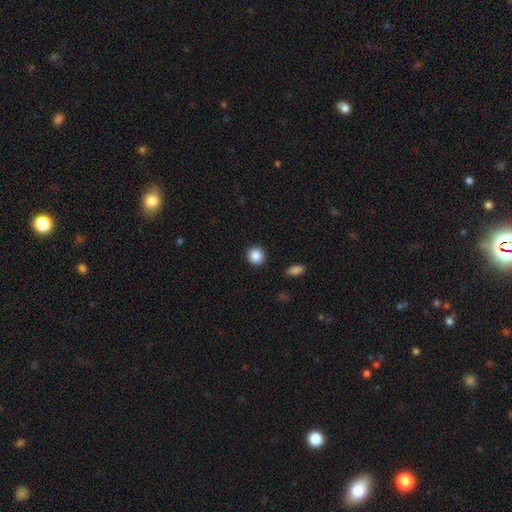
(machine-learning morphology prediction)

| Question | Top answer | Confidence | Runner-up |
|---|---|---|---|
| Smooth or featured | smooth | 88% | star or artifact (9%) |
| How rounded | round | 92% | in between (7%) |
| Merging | none | 91% | minor disturbance (5%) |